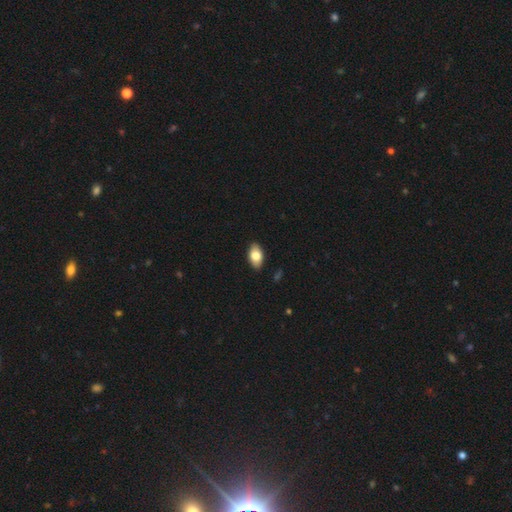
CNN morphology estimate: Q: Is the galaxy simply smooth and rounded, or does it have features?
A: smooth — 77%.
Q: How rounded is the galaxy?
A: in between — 92%.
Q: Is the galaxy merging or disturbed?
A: none — 88%.